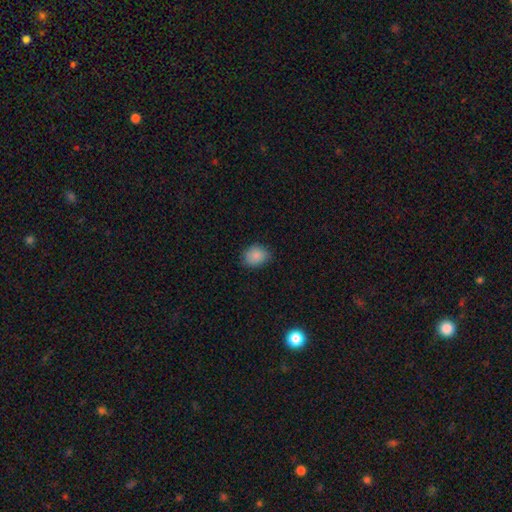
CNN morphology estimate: This appears to be a smooth galaxy with no disk features (87%) that is round (56%). Merging: none (78%).